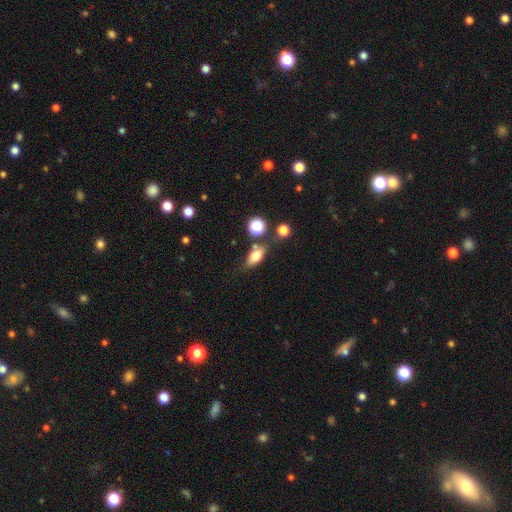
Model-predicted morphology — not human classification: Overall: smooth (68%). How rounded: in between (75%). Merging: none (61%).